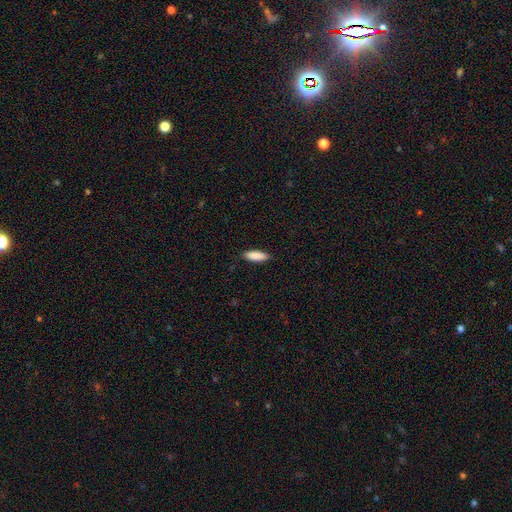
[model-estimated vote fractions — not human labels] Smooth or featured?
  - smooth: 88% *
  - featured or disk: 6%
  - star or artifact: 6%
How rounded?
  - in between: 61% *
  - cigar-shaped: 38%
  - round: 2%
Merging?
  - none: 87% *
  - minor disturbance: 10%
  - major disturbance: 2%
  - merger: 1%